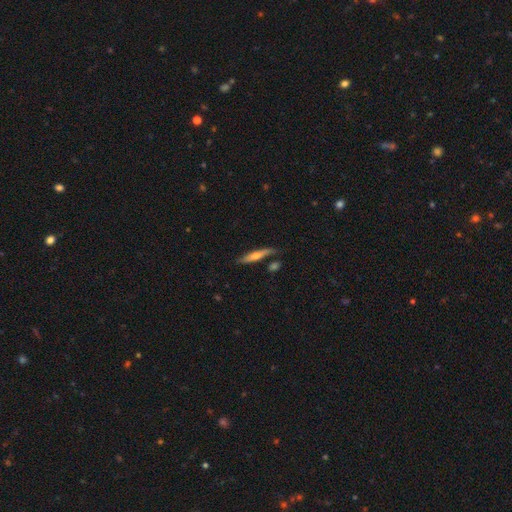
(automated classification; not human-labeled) Q: Smooth or featured?
A: featured or disk (55%); runner-up: smooth (39%)
Q: Edge-on disk?
A: yes (94%); runner-up: no (6%)
Q: Edge-on bulge?
A: rounded (80%); runner-up: none (12%)
Q: Merging?
A: none (78%); runner-up: minor disturbance (14%)